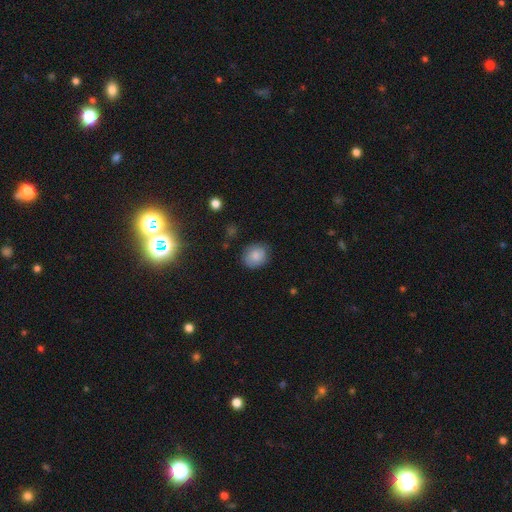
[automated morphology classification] smooth 82%, featured or disk 10%, star or artifact 8%. Down the decision tree: how rounded — round (66%); merging — none (80%).